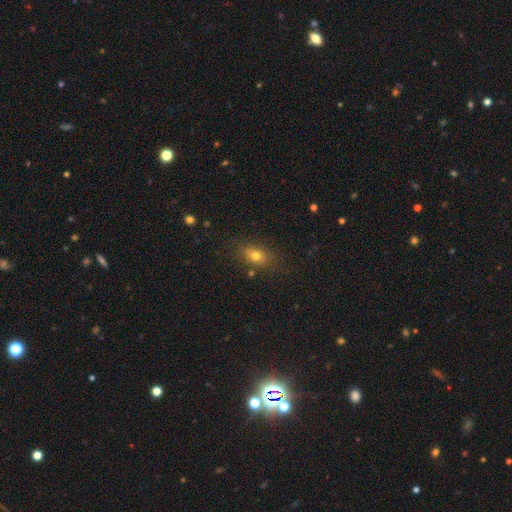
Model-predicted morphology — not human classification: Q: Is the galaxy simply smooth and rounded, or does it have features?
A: smooth — 75%.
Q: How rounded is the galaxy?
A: in between — 71%.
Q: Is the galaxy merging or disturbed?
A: none — 79%.